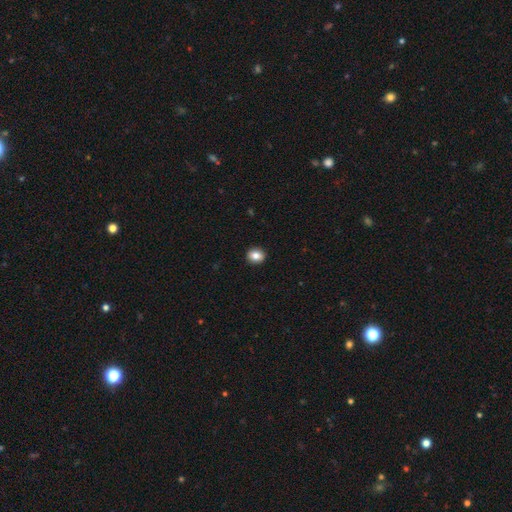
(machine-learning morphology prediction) smooth_or_featured: smooth (p=0.84) [alt: star or artifact p=0.09]
how_rounded: round (p=0.70) [alt: in between p=0.29]
merging: none (p=0.92) [alt: minor disturbance p=0.05]